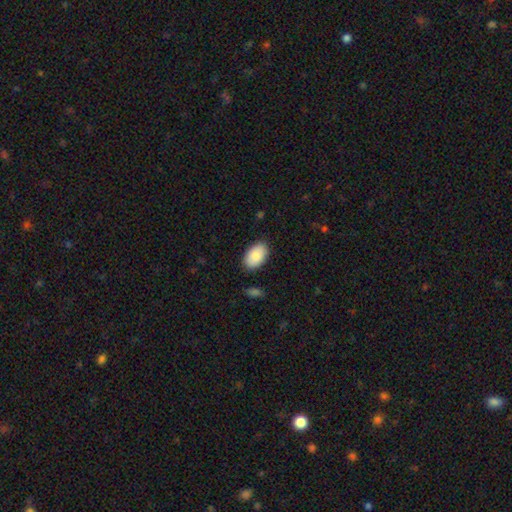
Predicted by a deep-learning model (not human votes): Q: Smooth or featured?
A: smooth (85%); runner-up: featured or disk (9%)
Q: How rounded?
A: in between (93%); runner-up: round (6%)
Q: Merging?
A: none (86%); runner-up: minor disturbance (11%)